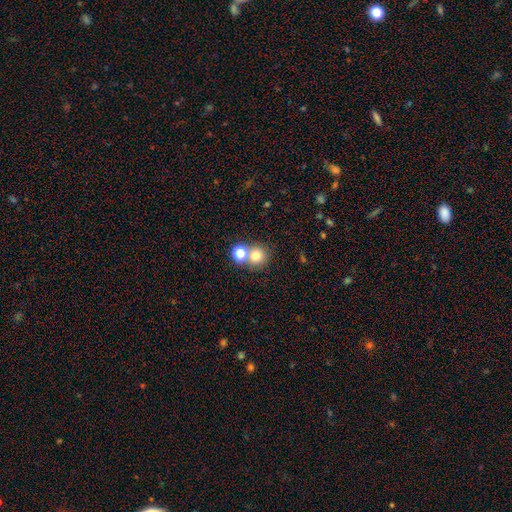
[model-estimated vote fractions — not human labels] smooth_or_featured: smooth (p=0.75) [alt: star or artifact p=0.15]
how_rounded: round (p=0.90) [alt: in between p=0.09]
merging: none (p=0.61) [alt: merger p=0.30]